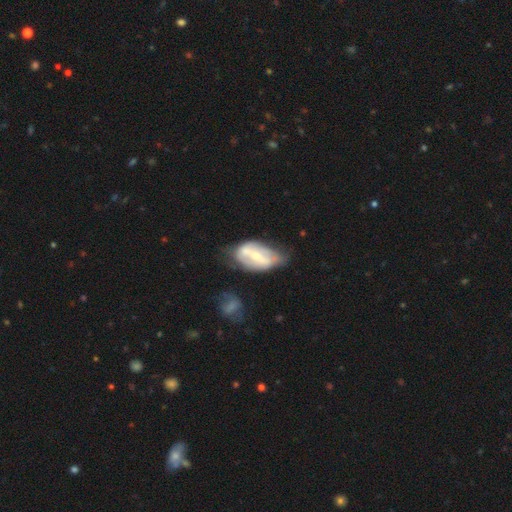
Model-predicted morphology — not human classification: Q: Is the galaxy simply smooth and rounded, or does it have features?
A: featured or disk — 65%.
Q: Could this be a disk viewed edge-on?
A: no — 91%.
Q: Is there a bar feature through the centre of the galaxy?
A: strong — 56%.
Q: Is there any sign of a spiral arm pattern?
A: no — 52%.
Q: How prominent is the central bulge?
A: small — 52%.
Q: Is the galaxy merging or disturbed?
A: none — 44%.